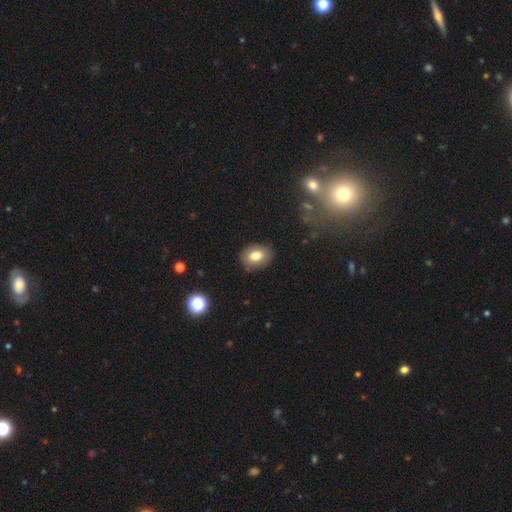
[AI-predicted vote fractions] A smooth galaxy with no disk features (79%) that is in between round and cigar-shaped (69%).

Vote fractions:
- Smooth or featured? smooth: 79% / featured or disk: 12% / star or artifact: 9%
- How rounded? in between: 69% / round: 30% / cigar-shaped: 1%
- Merging? none: 84% / minor disturbance: 12% / major disturbance: 3% / merger: 1%